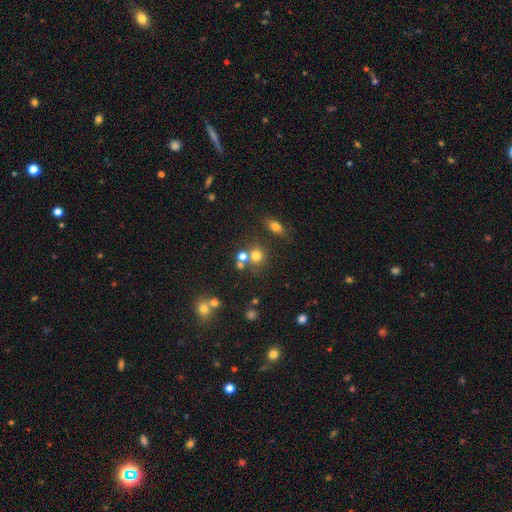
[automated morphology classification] smooth 70%, star or artifact 18%, featured or disk 11%. Down the decision tree: how rounded — round (85%); merging — none (58%).